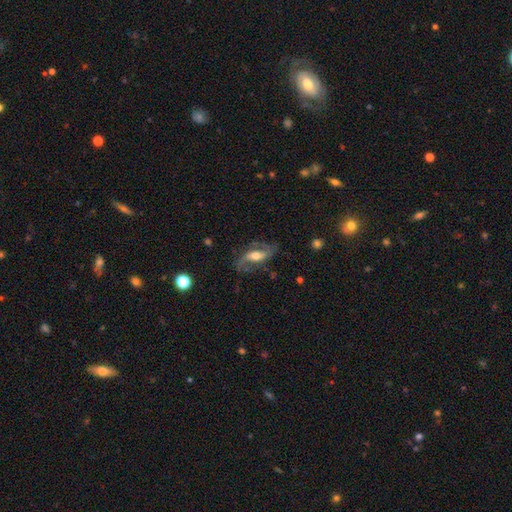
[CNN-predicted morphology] smooth_or_featured: featured or disk (p=0.79) [alt: smooth p=0.15]
disk_edge_on: no (p=0.91) [alt: yes p=0.09]
bar: weak (p=0.37) [alt: no p=0.32]
has_spiral_arms: yes (p=0.93) [alt: no p=0.07]
spiral_winding: loose (p=0.56) [alt: medium p=0.34]
spiral_arm_count: 2 (p=0.88) [alt: can't tell p=0.04]
bulge_size: moderate (p=0.66) [alt: small p=0.18]
merging: none (p=0.68) [alt: minor disturbance p=0.18]